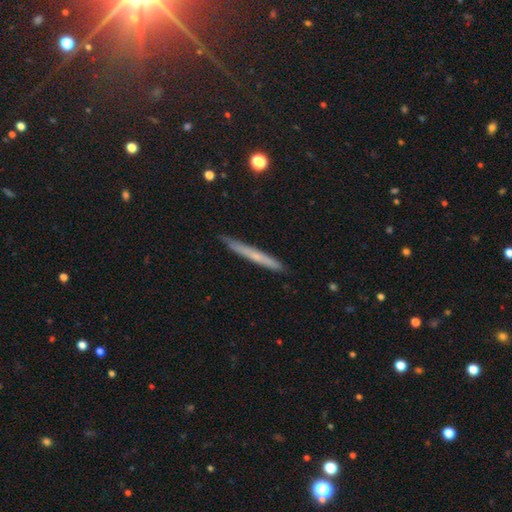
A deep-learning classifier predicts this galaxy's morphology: smooth 53%, featured or disk 40%, star or artifact 7%. Down the decision tree: how rounded — cigar-shaped (97%); merging — none (87%).